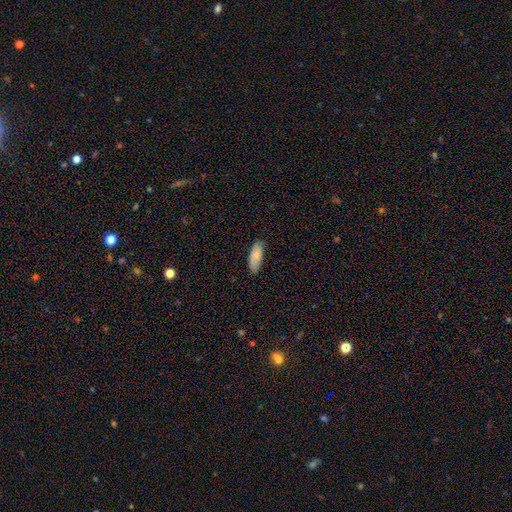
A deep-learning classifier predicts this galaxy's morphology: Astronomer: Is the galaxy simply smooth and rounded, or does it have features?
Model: smooth — 83%.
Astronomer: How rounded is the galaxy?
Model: in between — 79%.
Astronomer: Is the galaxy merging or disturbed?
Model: none — 79%.